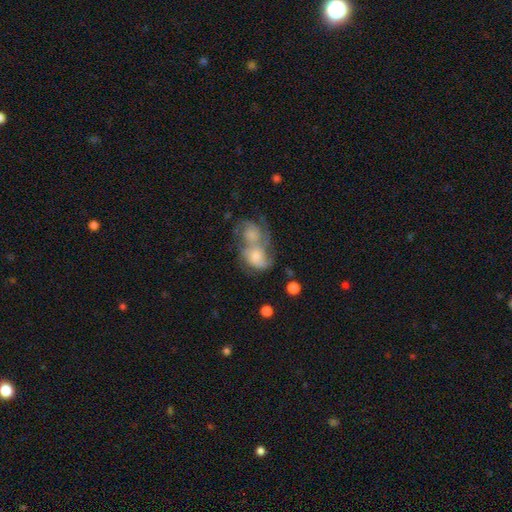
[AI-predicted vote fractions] A featured or disk galaxy (55%) with no bar (74%), spiral arms (78%) and a moderate central bulge (43%). Merging: merger (68%).